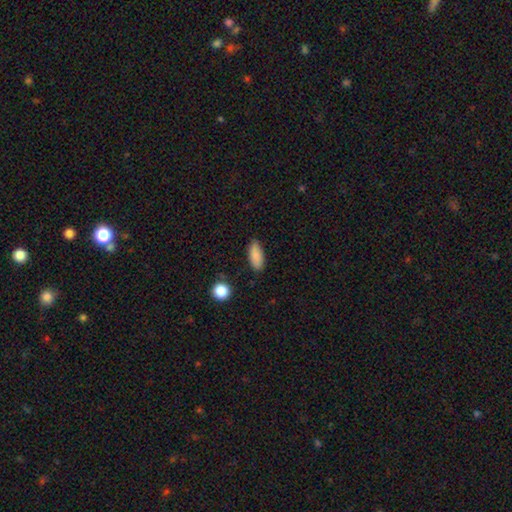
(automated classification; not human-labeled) A smooth galaxy with no disk features (87%) that is in between round and cigar-shaped (82%).

Vote fractions:
- Smooth or featured? smooth: 87% / star or artifact: 7% / featured or disk: 6%
- How rounded? in between: 82% / cigar-shaped: 15% / round: 3%
- Merging? none: 79% / minor disturbance: 16% / major disturbance: 3% / merger: 2%